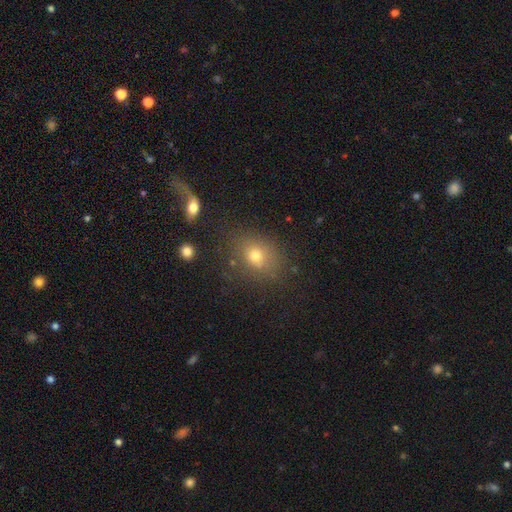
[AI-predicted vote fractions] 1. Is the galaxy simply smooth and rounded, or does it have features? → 71% smooth, 16% star or artifact, 13% featured or disk.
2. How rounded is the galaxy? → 51% round, 47% in between, 1% cigar-shaped.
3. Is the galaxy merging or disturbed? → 74% none, 14% minor disturbance, 7% major disturbance, 5% merger.